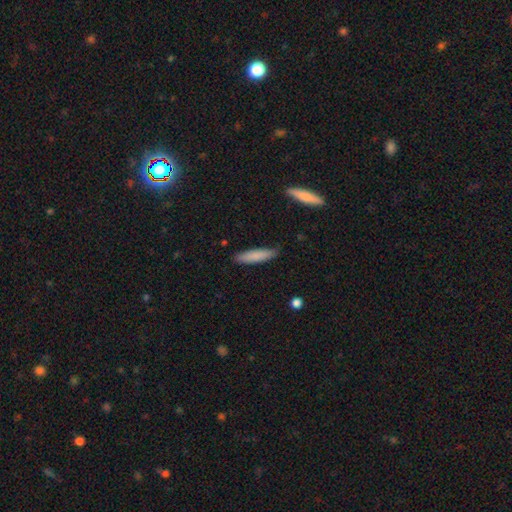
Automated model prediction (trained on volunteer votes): Smooth or featured? Predicted: smooth (p=0.82). How rounded? Predicted: cigar-shaped (p=0.80). Merging? Predicted: none (p=0.86).